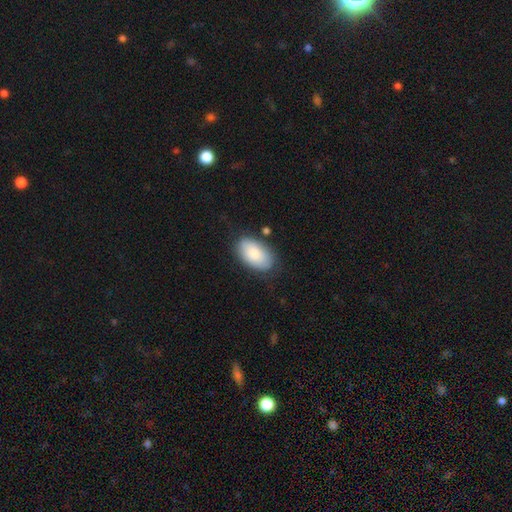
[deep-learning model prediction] Smooth or featured?
  - smooth: 84% *
  - featured or disk: 10%
  - star or artifact: 6%
How rounded?
  - in between: 95% *
  - round: 4%
  - cigar-shaped: 1%
Merging?
  - none: 75% *
  - minor disturbance: 18%
  - major disturbance: 5%
  - merger: 3%